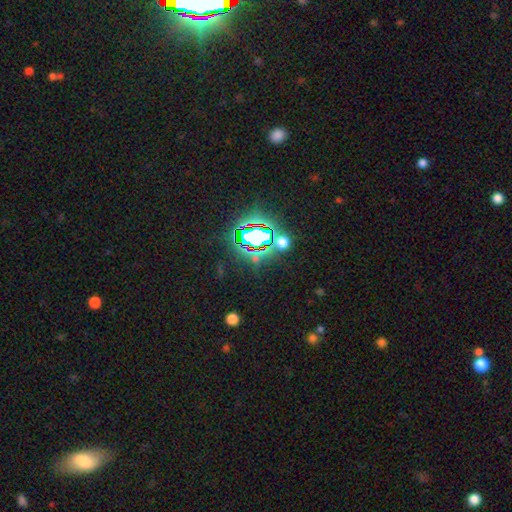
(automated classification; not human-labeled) Smooth or featured? star or artifact (77%)